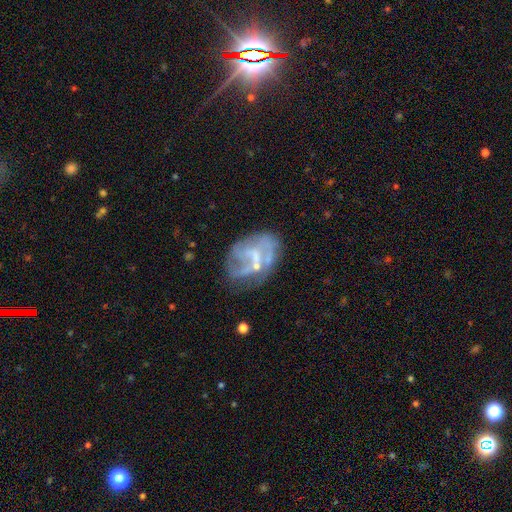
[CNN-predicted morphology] smooth_or_featured: featured or disk (p=0.72) [alt: smooth p=0.19]
disk_edge_on: no (p=0.98) [alt: yes p=0.02]
bar: no (p=0.47) [alt: weak p=0.40]
has_spiral_arms: yes (p=0.60) [alt: no p=0.40]
bulge_size: small (p=0.42) [alt: none p=0.34]
merging: none (p=0.46) [alt: major disturbance p=0.23]